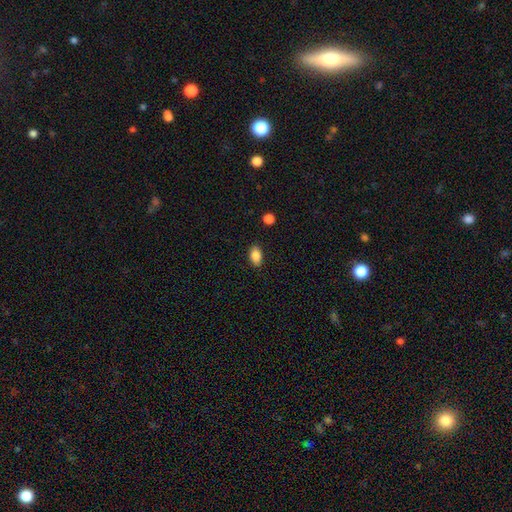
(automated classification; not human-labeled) smooth 87%, star or artifact 8%, featured or disk 5%. Down the decision tree: how rounded — in between (90%); merging — none (87%).